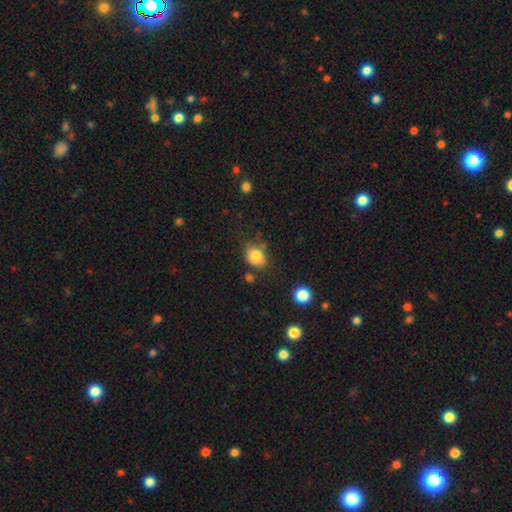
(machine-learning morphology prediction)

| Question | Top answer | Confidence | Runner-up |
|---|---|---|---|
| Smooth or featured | smooth | 80% | star or artifact (10%) |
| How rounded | in between | 57% | round (42%) |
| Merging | none | 58% | minor disturbance (27%) |